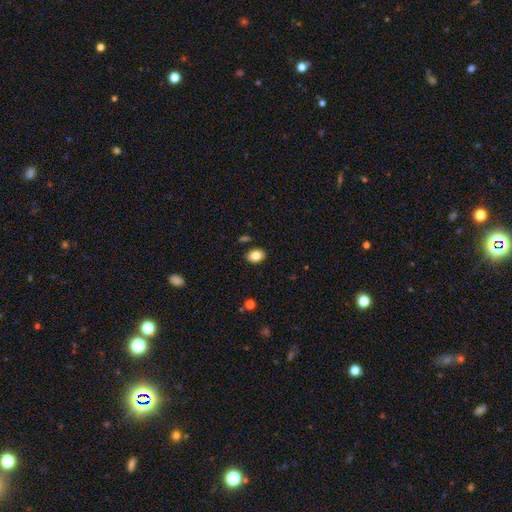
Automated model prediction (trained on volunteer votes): The model was most divided on "how rounded": in between: 78%, round: 21%, cigar-shaped: 1%. More confident: merging — none (87%); smooth or featured — smooth (83%).